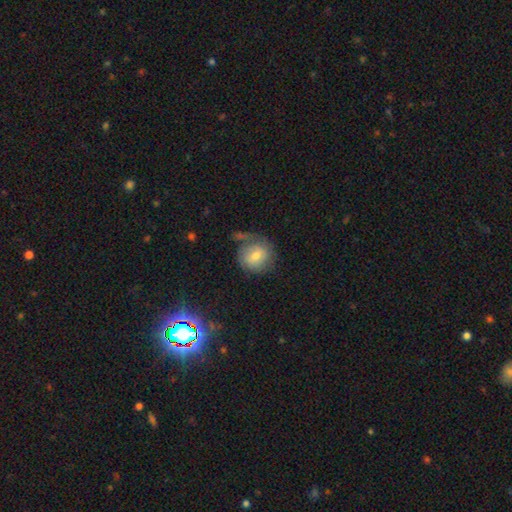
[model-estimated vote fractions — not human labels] Overall: smooth (60%; featured or disk 32%). How rounded: round (83%). Merging: none (51%; minor disturbance 23%).